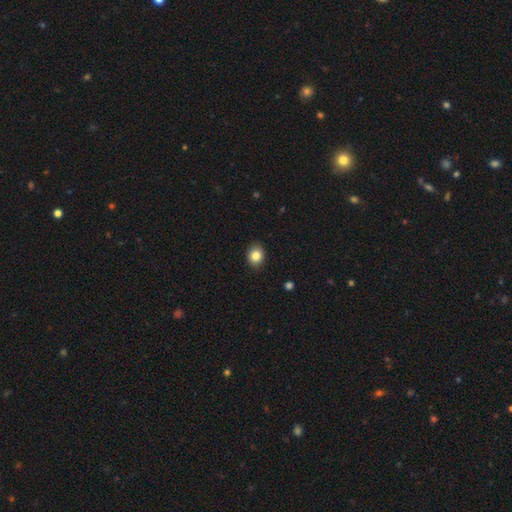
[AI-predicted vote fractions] A smooth galaxy with no disk features (85%) that is round (52%).

Vote fractions:
- Smooth or featured? smooth: 85% / star or artifact: 9% / featured or disk: 6%
- How rounded? round: 52% / in between: 48% / cigar-shaped: 1%
- Merging? none: 89% / minor disturbance: 8% / major disturbance: 2% / merger: 1%